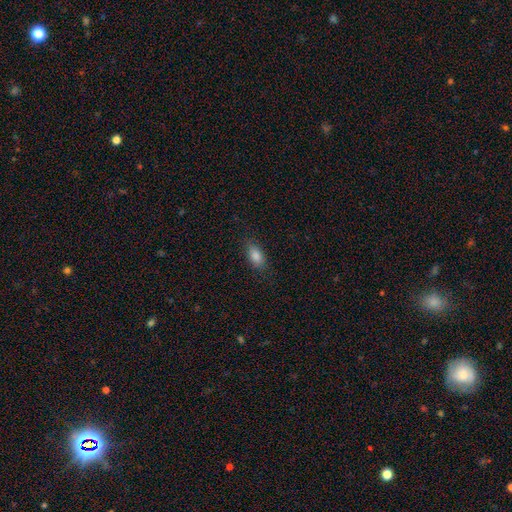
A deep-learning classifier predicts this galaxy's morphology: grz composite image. It shows a smooth galaxy with no disk features (83%) that is in between round and cigar-shaped (86%). Merging: none (83%).